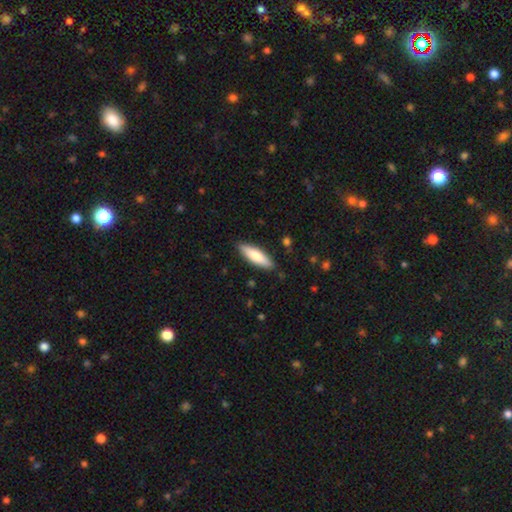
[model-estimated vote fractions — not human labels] Smooth or featured? smooth (72%)
How rounded? cigar-shaped (57%)
Merging? none (88%)